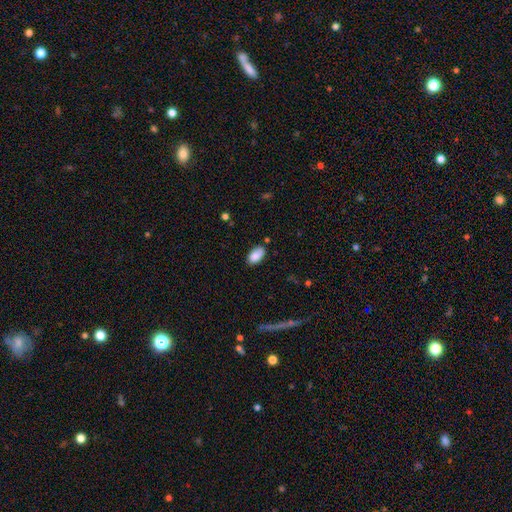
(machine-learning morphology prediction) smooth-or-featured: smooth: 86% | star or artifact: 7% | featured or disk: 7%
  how-rounded: in between: 94% | round: 5% | cigar-shaped: 2%
  merging: none: 75% | minor disturbance: 19% | major disturbance: 4% | merger: 3%